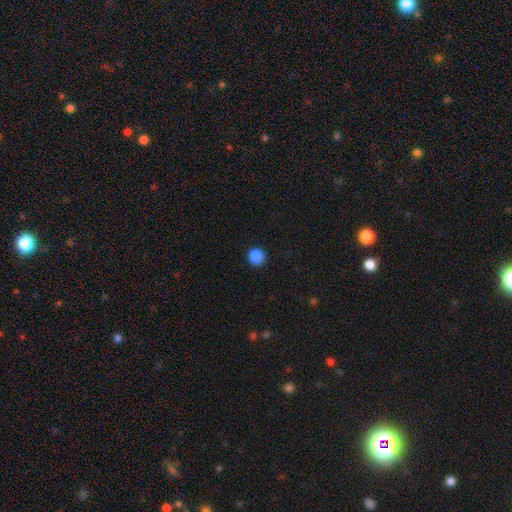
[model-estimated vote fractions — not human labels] Smooth or featured?
  - smooth: 87% *
  - star or artifact: 10%
  - featured or disk: 3%
How rounded?
  - round: 94% *
  - in between: 5%
  - cigar-shaped: 1%
Merging?
  - none: 92% *
  - minor disturbance: 6%
  - major disturbance: 2%
  - merger: 1%